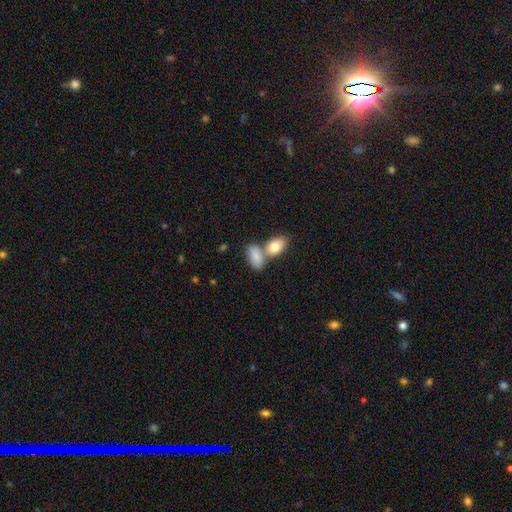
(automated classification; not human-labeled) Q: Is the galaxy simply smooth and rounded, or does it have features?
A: smooth — 83%.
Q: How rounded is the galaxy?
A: in between — 91%.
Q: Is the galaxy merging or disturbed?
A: merger — 51%.